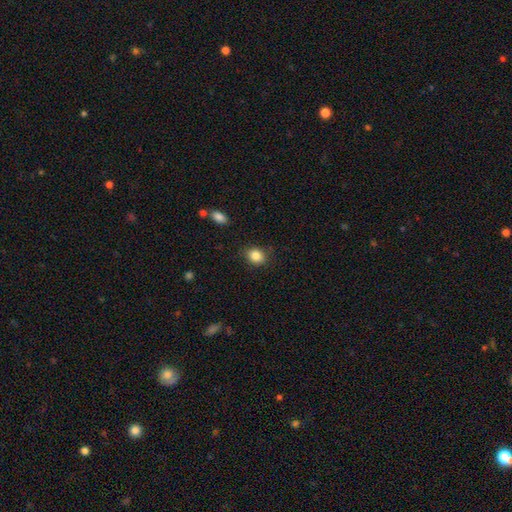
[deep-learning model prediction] The model was most divided on "how rounded": round: 57%, in between: 42%, cigar-shaped: 1%. More confident: smooth or featured — smooth (85%); merging — none (83%).